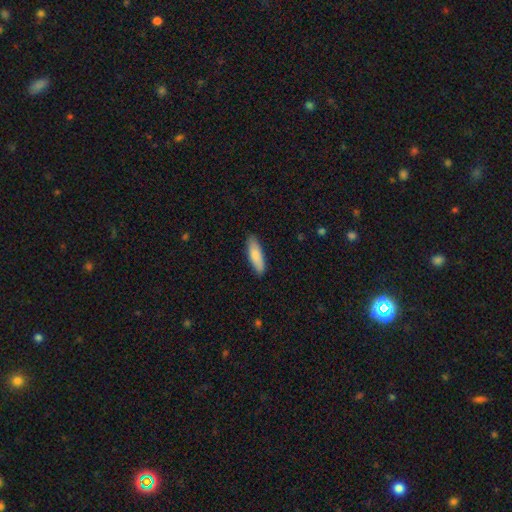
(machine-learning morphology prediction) Smooth or featured?
  - smooth: 82% *
  - featured or disk: 12%
  - star or artifact: 5%
How rounded?
  - cigar-shaped: 52% *
  - in between: 46%
  - round: 2%
Merging?
  - none: 87% *
  - minor disturbance: 10%
  - major disturbance: 2%
  - merger: 1%